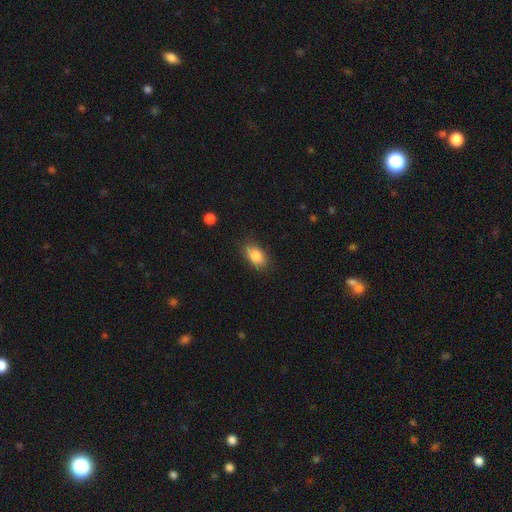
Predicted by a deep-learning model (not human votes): Smooth or featured? smooth (84%)
How rounded? in between (88%)
Merging? none (80%)